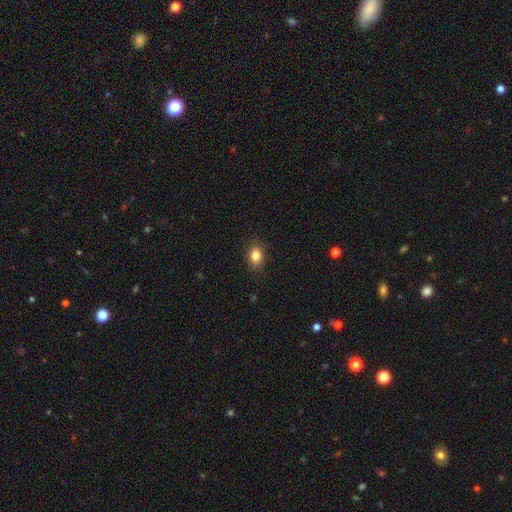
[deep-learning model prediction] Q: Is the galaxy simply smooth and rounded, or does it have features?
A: smooth — 84%.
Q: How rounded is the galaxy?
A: in between — 67%.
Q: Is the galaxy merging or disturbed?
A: none — 87%.